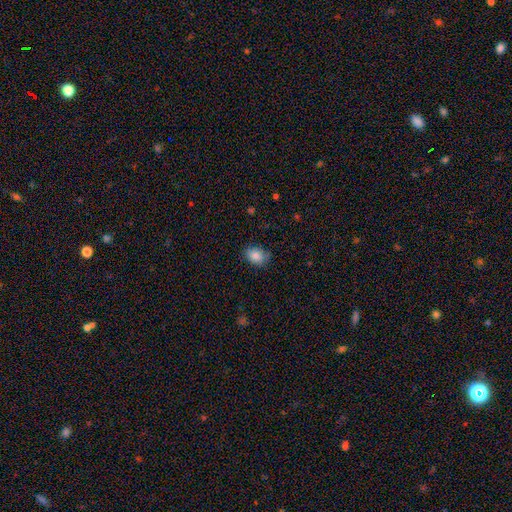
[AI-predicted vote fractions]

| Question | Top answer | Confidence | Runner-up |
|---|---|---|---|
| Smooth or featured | smooth | 86% | star or artifact (8%) |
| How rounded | in between | 67% | round (32%) |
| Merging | none | 77% | minor disturbance (18%) |